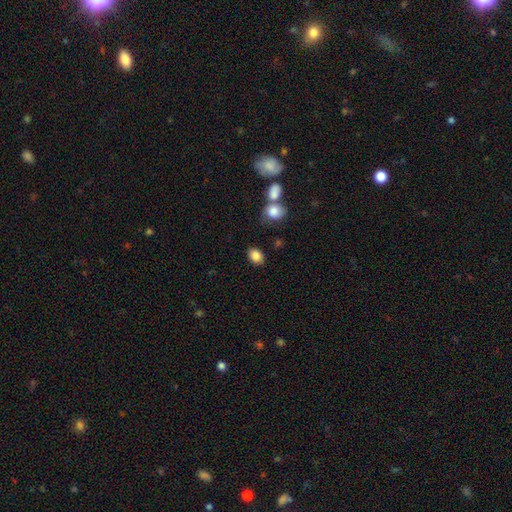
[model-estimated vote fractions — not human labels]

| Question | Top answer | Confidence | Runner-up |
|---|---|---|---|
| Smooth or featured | smooth | 85% | star or artifact (9%) |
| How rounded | in between | 70% | round (29%) |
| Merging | none | 80% | minor disturbance (10%) |